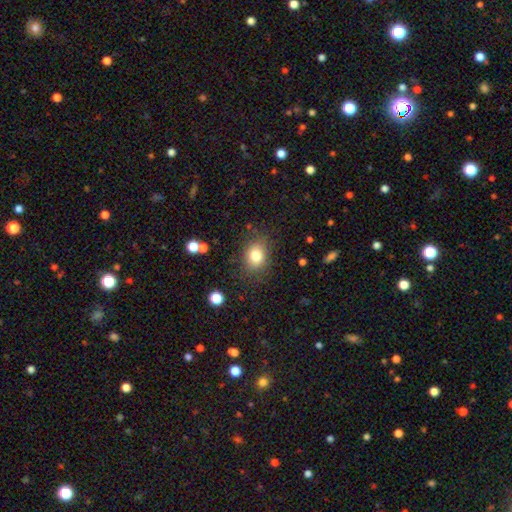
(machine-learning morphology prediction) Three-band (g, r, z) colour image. It shows a smooth galaxy with no disk features (80%) that is in between round and cigar-shaped (52%). Merging: none (80%).